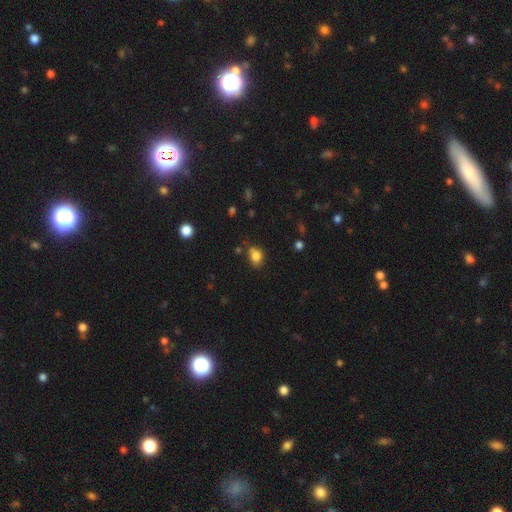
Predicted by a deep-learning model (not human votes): This is clearly a smooth galaxy (82%). How rounded: possibly in between (53%). Merging: likely none (62%).